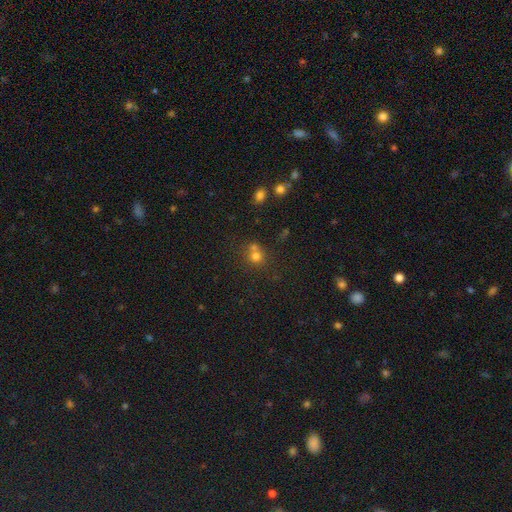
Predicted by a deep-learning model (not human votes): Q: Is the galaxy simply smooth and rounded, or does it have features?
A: smooth — 70%.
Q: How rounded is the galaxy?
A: round — 84%.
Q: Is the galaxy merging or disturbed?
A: none — 47%.